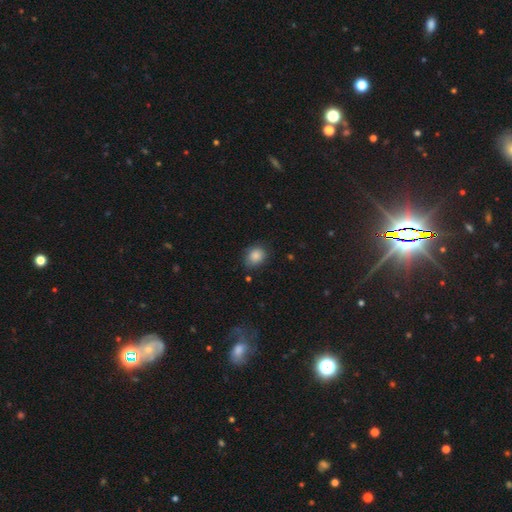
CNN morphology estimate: Smooth or featured? Predicted: smooth (p=0.86). How rounded? Predicted: round (p=0.56). Merging? Predicted: none (p=0.74).